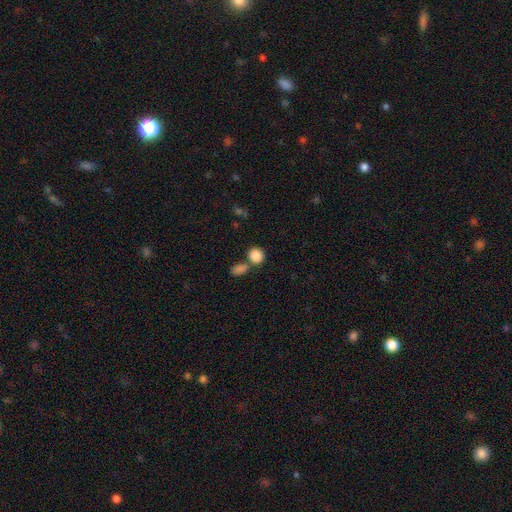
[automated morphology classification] Smooth or featured? smooth (87%)
How rounded? round (76%)
Merging? none (55%)